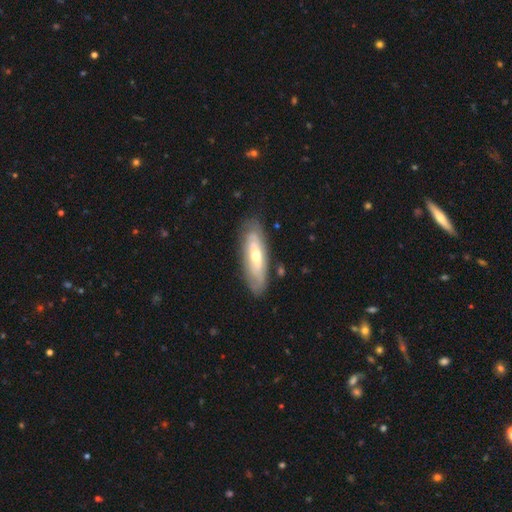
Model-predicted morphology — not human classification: smooth_or_featured: featured or disk (p=0.62) [alt: smooth p=0.32]
disk_edge_on: no (p=0.67) [alt: yes p=0.33]
merging: none (p=0.82) [alt: minor disturbance p=0.13]